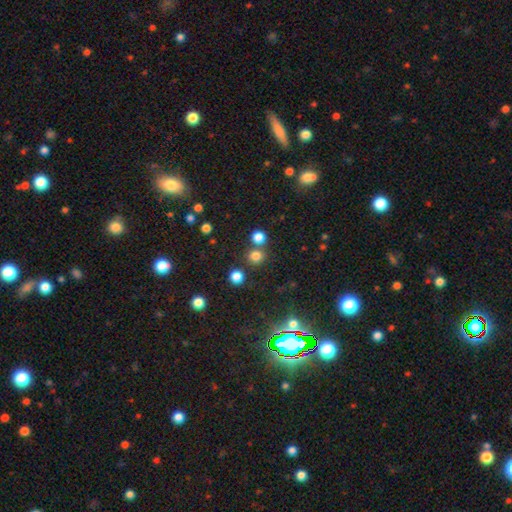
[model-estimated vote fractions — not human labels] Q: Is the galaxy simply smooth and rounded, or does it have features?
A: smooth — 76%.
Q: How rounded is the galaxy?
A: round — 90%.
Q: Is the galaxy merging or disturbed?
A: none — 73%.